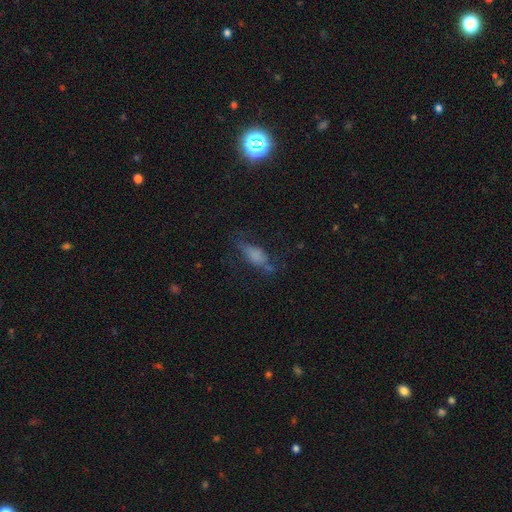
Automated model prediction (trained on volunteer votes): Smooth or featured? smooth (52%)
How rounded? in between (63%)
Merging? none (48%)